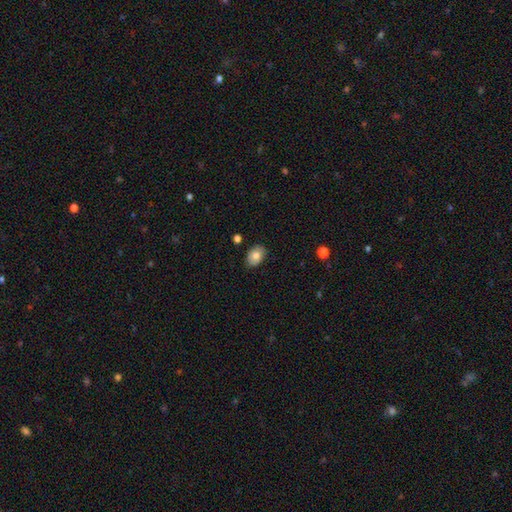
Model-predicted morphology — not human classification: A smooth galaxy with no disk features (78%) that is in between round and cigar-shaped (78%).

Vote fractions:
- Smooth or featured? smooth: 78% / featured or disk: 14% / star or artifact: 8%
- How rounded? in between: 78% / round: 21% / cigar-shaped: 1%
- Merging? none: 84% / minor disturbance: 12% / major disturbance: 2% / merger: 2%